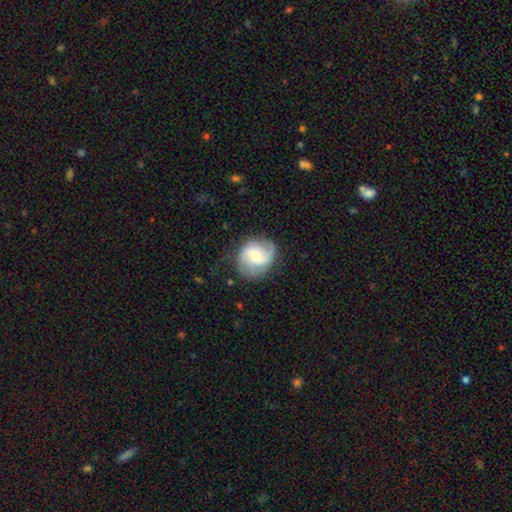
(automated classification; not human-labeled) A featured or disk galaxy (70%) with no bar (49%), 2 (67%) medium (45%) spiral arms (93%) and a moderate central bulge (51%).

Vote fractions:
- Smooth or featured? featured or disk: 70% / smooth: 23% / star or artifact: 7%
- Edge-on disk? no: 98% / yes: 2%
- Bar? no: 49% / weak: 41% / strong: 10%
- Spiral arms? yes: 93% / no: 7%
- Spiral winding? medium: 45% / tight: 27% / loose: 27%
- Spiral arm count? 2: 67% / can't tell: 12% / 3: 11% / 1: 5% / 4: 2% / more than 4: 2%
- Bulge size? moderate: 51% / small: 44% / large: 3% / none: 1% / dominant: 1%
- Merging? none: 73% / minor disturbance: 19% / major disturbance: 8% / merger: 1%